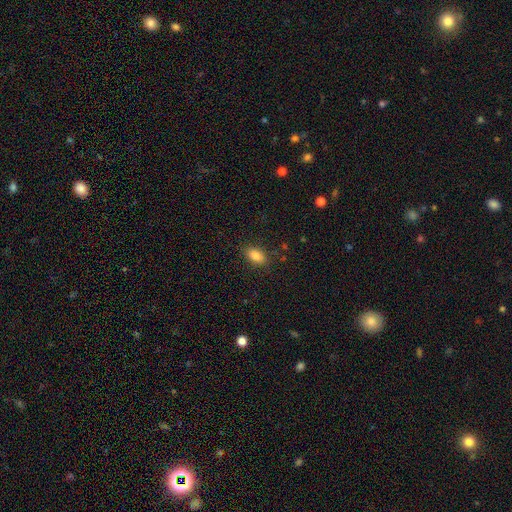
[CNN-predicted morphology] The model was most divided on "smooth or featured": smooth: 84%, star or artifact: 9%, featured or disk: 6%. More confident: how rounded — in between (89%); merging — none (86%).